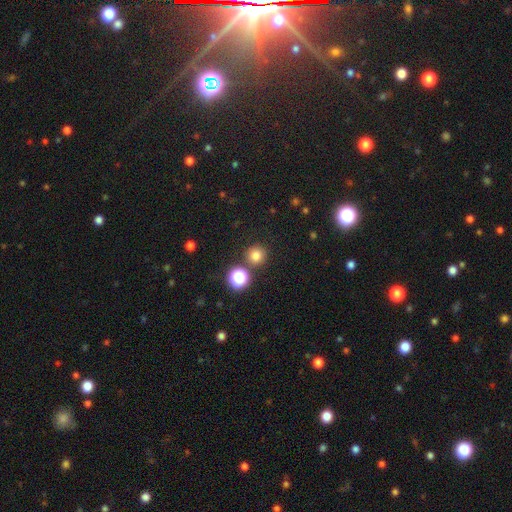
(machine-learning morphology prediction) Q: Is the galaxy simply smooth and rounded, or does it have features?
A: smooth — 77%.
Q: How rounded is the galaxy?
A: round — 94%.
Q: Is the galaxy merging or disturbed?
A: none — 83%.